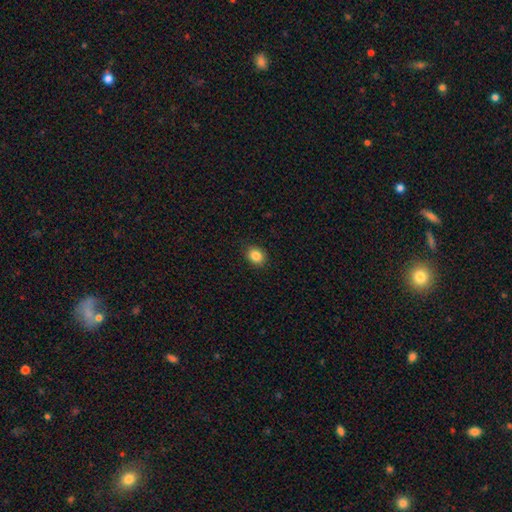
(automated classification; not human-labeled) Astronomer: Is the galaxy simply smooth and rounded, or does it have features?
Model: smooth — 86%.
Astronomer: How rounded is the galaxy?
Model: in between — 52% (runner-up: round, 48%).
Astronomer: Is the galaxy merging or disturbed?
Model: none — 89%.